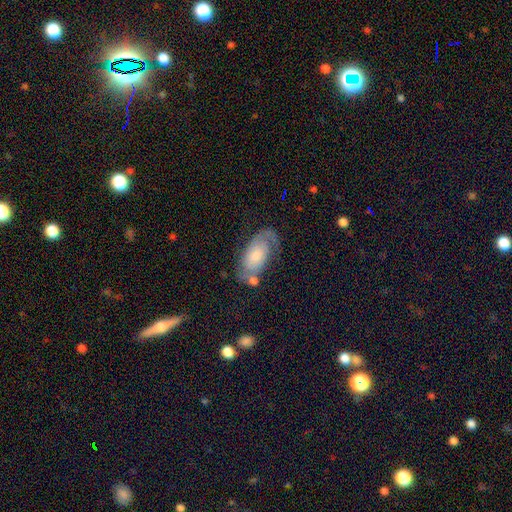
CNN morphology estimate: A featured or disk galaxy (56%) with no bar (71%), spiral arms (84%) and a moderate central bulge (35%).

Vote fractions:
- Smooth or featured? featured or disk: 56% / smooth: 37% / star or artifact: 7%
- Edge-on disk? no: 93% / yes: 7%
- Bar? no: 71% / weak: 24% / strong: 5%
- Spiral arms? yes: 84% / no: 16%
- Bulge size? moderate: 35% / small: 27% / large: 22% / none: 12% / dominant: 4%
- Merging? none: 53% / minor disturbance: 24% / major disturbance: 15% / merger: 8%